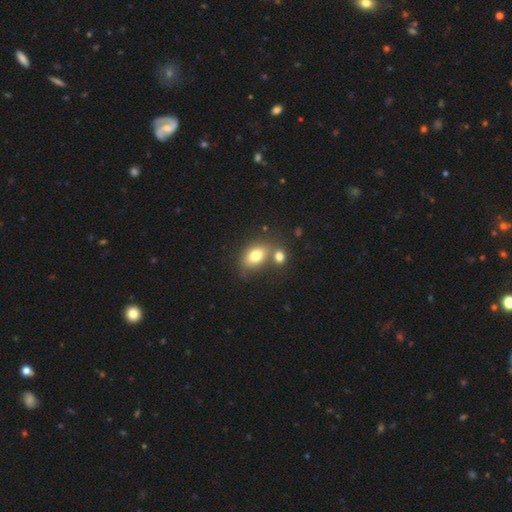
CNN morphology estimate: smooth-or-featured: smooth: 77% | featured or disk: 14% | star or artifact: 10%
  how-rounded: in between: 79% | round: 19% | cigar-shaped: 2%
  merging: none: 52% | merger: 31% | minor disturbance: 13% | major disturbance: 5%